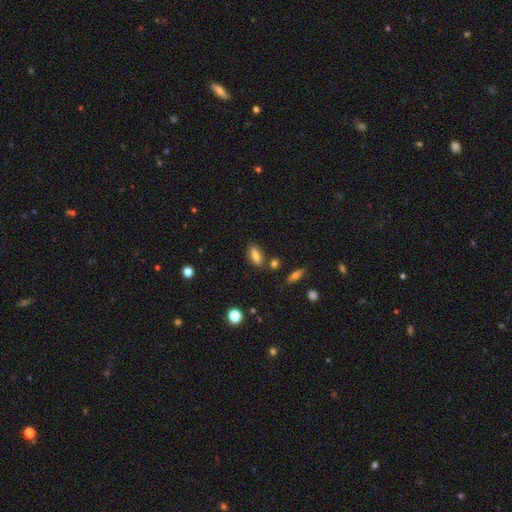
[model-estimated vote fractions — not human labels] Overall: smooth (69%). How rounded: in between (70%). Merging: none (77%).